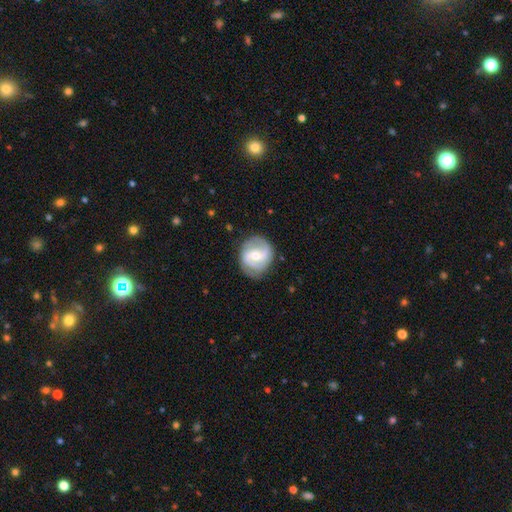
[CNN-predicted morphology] The model was most divided on "bar": weak: 47%, no: 35%, strong: 18%. Remaining: edge-on disk — no (98%); spiral arms — yes (92%); merging — none (80%); smooth or featured — featured or disk (78%); spiral arm count — 2 (75%); bulge size — moderate (59%); spiral winding — medium (47%).